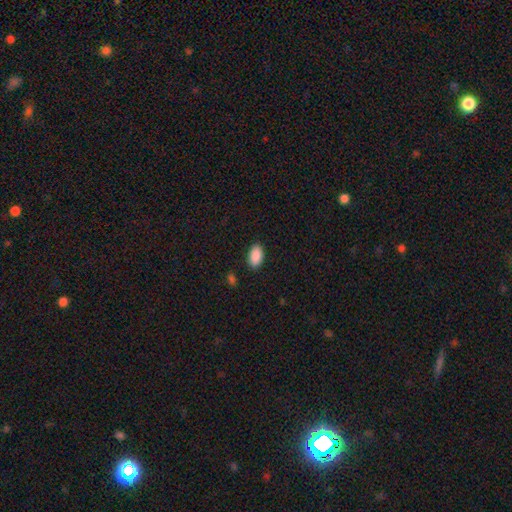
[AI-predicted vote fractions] Smooth or featured?
  - smooth: 90% *
  - star or artifact: 7%
  - featured or disk: 3%
How rounded?
  - in between: 94% *
  - round: 4%
  - cigar-shaped: 2%
Merging?
  - none: 89% *
  - minor disturbance: 8%
  - major disturbance: 2%
  - merger: 1%